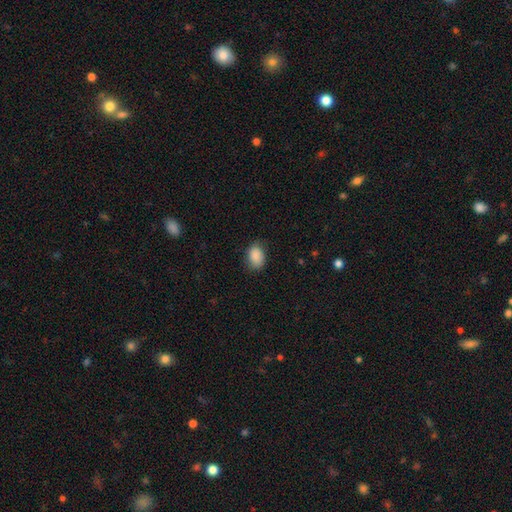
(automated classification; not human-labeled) Q: Smooth or featured?
A: smooth (88%); runner-up: star or artifact (7%)
Q: How rounded?
A: in between (82%); runner-up: round (17%)
Q: Merging?
A: none (77%); runner-up: minor disturbance (18%)